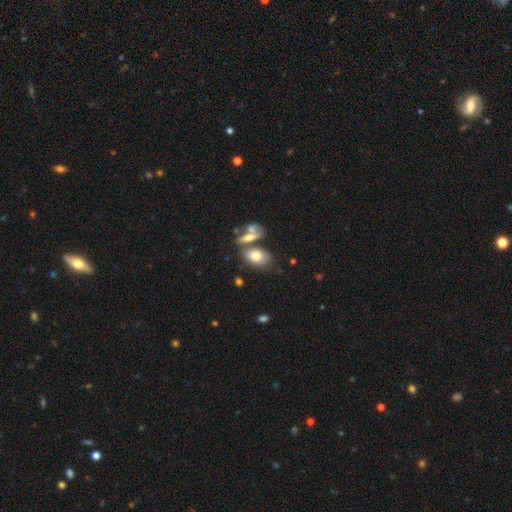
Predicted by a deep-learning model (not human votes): Smooth or featured: smooth — 75% (featured or disk — 17%)
How rounded: in between — 88% (round — 9%)
Merging: none — 44% (merger — 35%)